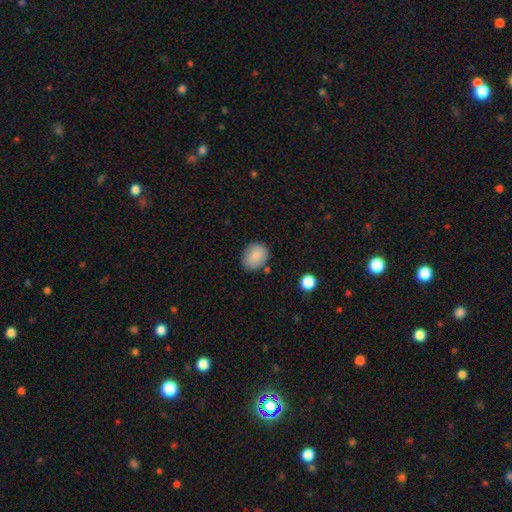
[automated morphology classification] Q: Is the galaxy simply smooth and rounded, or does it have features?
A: smooth — 85%.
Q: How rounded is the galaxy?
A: in between — 51%.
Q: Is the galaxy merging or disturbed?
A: none — 77%.